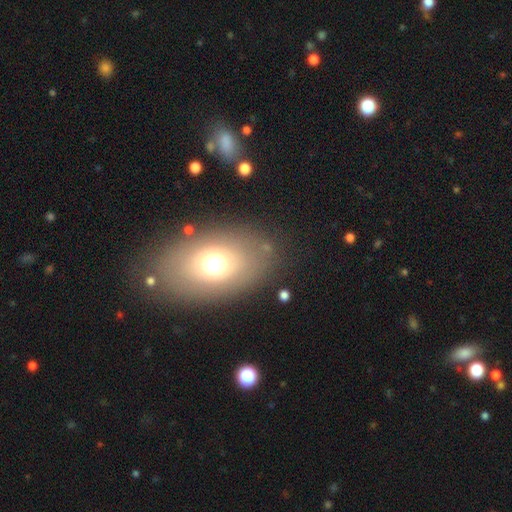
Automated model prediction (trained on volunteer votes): Smooth or featured? smooth (64%)
How rounded? in between (84%)
Merging? none (83%)